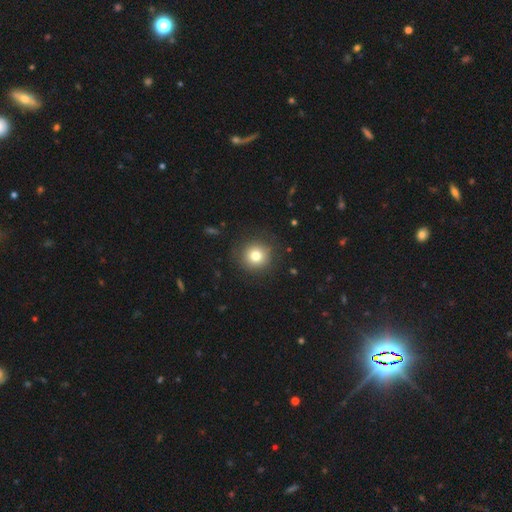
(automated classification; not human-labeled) Morphology: type=smooth (78%); roundness=round (94%); merging=none (88%).